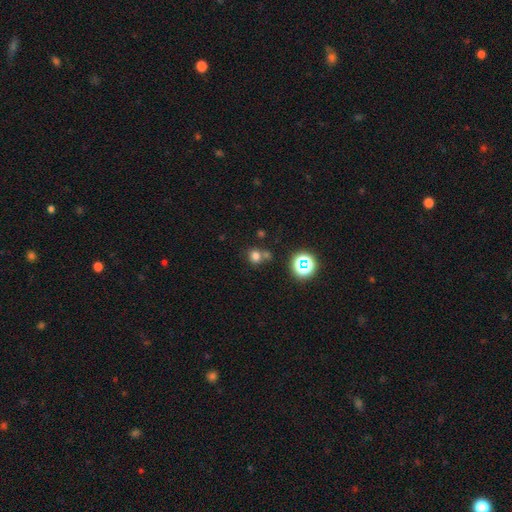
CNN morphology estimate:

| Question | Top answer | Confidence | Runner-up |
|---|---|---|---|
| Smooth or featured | smooth | 71% | star or artifact (21%) |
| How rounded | round | 77% | in between (22%) |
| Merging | none | 57% | merger (28%) |